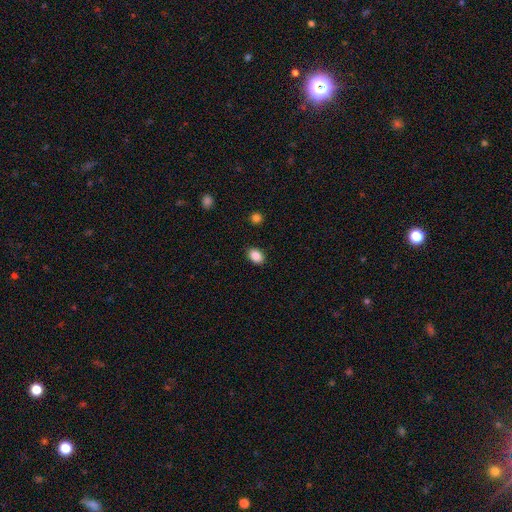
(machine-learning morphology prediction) smooth_or_featured: smooth (p=0.88) [alt: star or artifact p=0.09]
how_rounded: in between (p=0.78) [alt: round p=0.21]
merging: none (p=0.88) [alt: minor disturbance p=0.08]